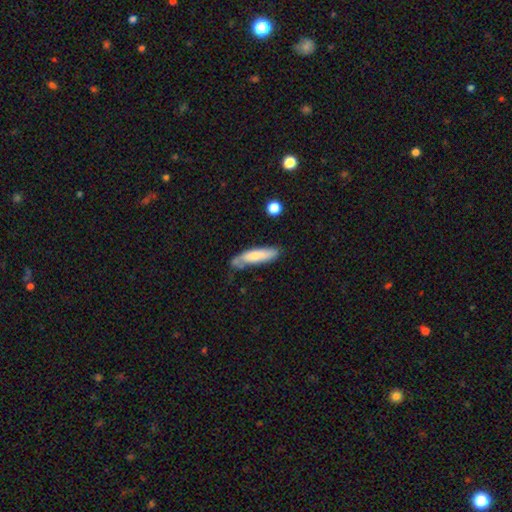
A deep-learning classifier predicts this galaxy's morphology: This is likely a smooth galaxy (71%). How rounded: likely cigar-shaped (70%). Merging: possibly none (57%).